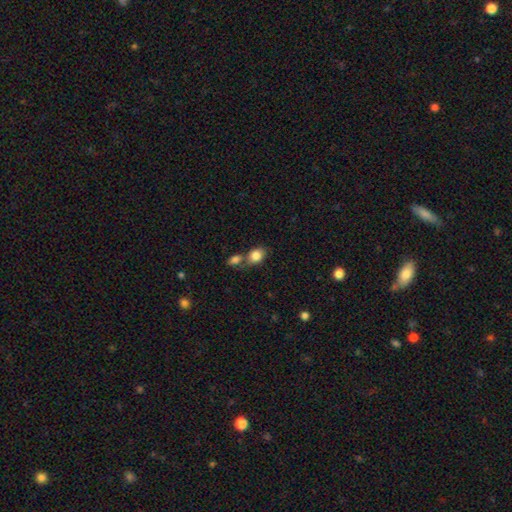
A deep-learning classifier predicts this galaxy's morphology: type=smooth (83%); roundness=in between (60%); merging=merger (42%, tied with none).